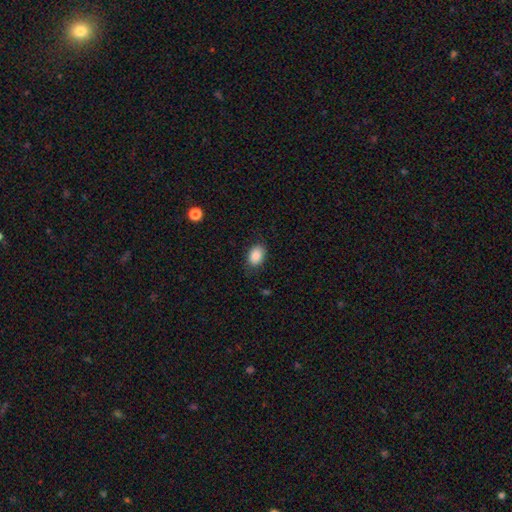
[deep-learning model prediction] smooth 88%, star or artifact 8%, featured or disk 4%. Down the decision tree: how rounded — in between (79%); merging — none (82%).